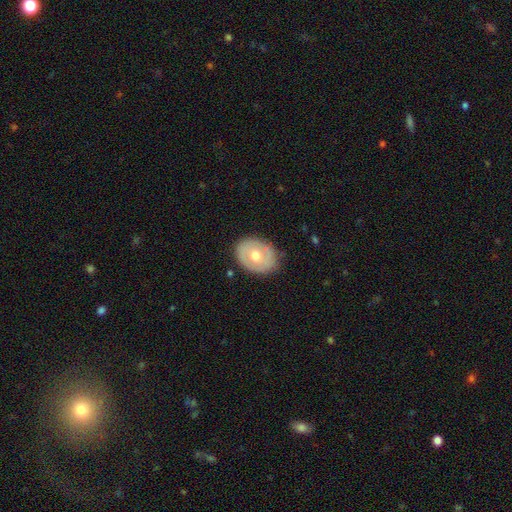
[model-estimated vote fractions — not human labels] smooth 49%, featured or disk 45%, star or artifact 6%. Down the decision tree: merging — none (82%).